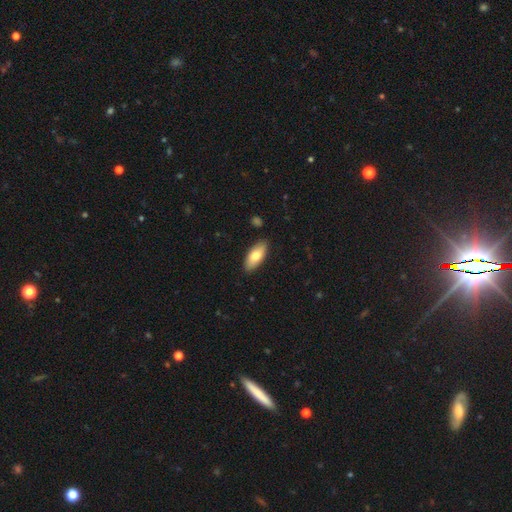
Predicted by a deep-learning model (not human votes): smooth 75%, featured or disk 20%, star or artifact 6%. Down the decision tree: how rounded — in between (83%); merging — none (88%).